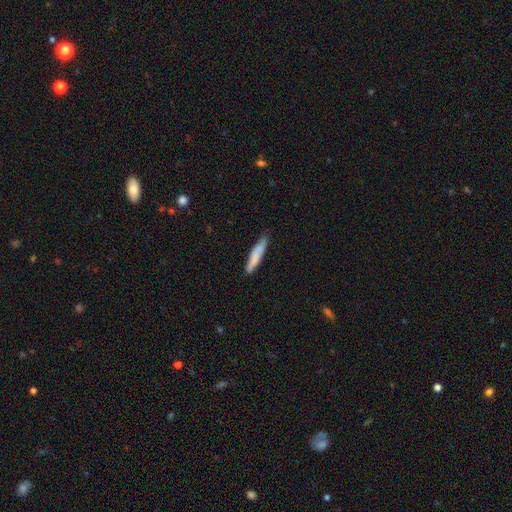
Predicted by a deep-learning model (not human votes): This appears to be a smooth galaxy with no disk features (74%) that is cigar-shaped (88%). Merging: none (76%).